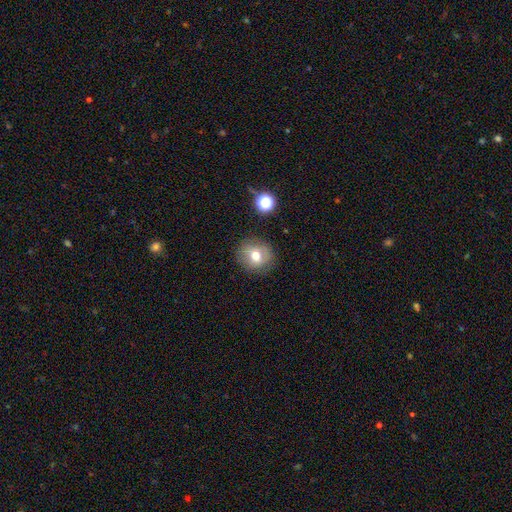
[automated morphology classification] Overall: smooth (67%). How rounded: round (82%). Merging: none (83%).